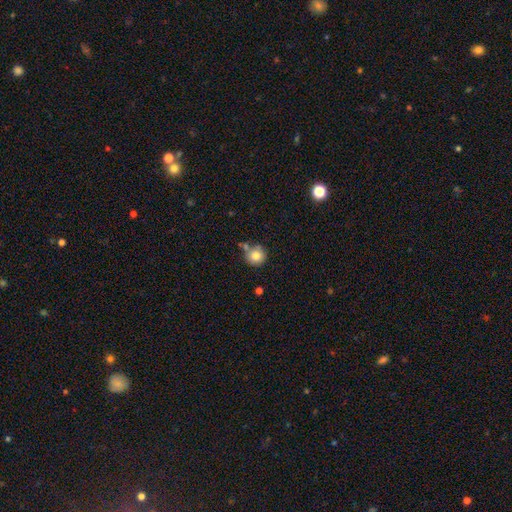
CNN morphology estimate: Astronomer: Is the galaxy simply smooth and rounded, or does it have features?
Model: smooth — 81%.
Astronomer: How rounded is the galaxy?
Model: round — 93%.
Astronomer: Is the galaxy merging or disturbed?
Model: none — 67%.